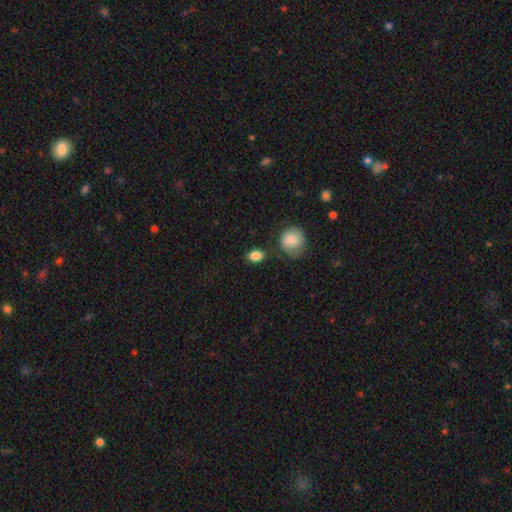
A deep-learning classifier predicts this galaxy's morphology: This is clearly a smooth galaxy (86%). How rounded: possibly in between (55%). Merging: likely none (76%).